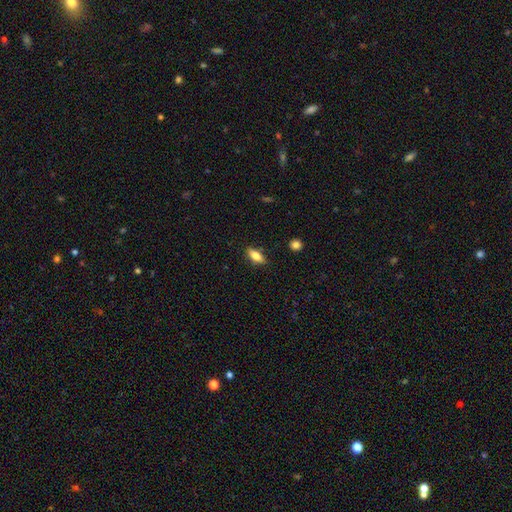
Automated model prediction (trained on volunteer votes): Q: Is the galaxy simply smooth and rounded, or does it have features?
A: smooth — 75%.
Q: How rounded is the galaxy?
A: in between — 78%.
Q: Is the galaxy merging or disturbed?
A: none — 85%.